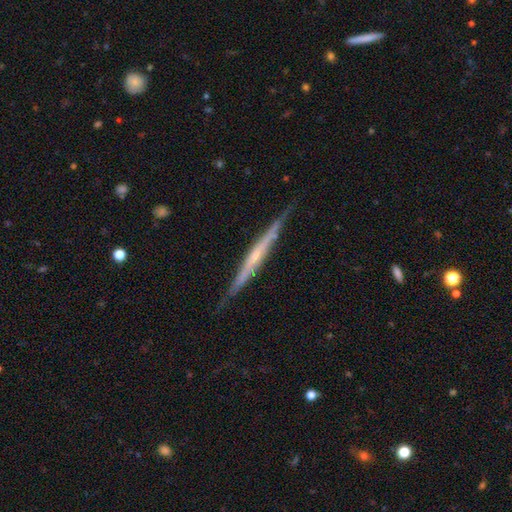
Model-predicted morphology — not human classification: featured or disk 71%, smooth 24%, star or artifact 6%. Down the decision tree: edge-on disk — yes (97%); edge-on bulge — none (55%); merging — none (83%).